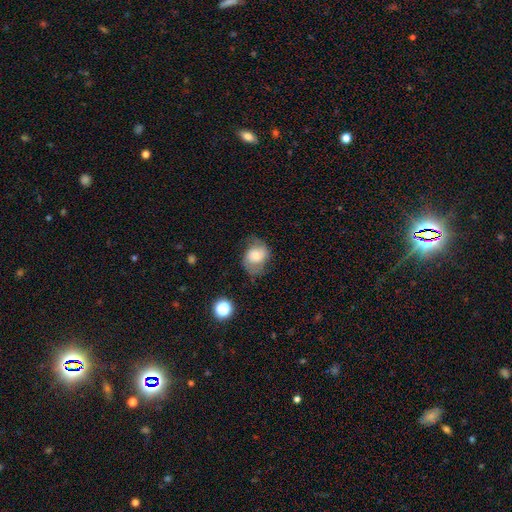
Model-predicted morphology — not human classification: This appears to be a smooth galaxy with no disk features (46%). Merging: none (55%).